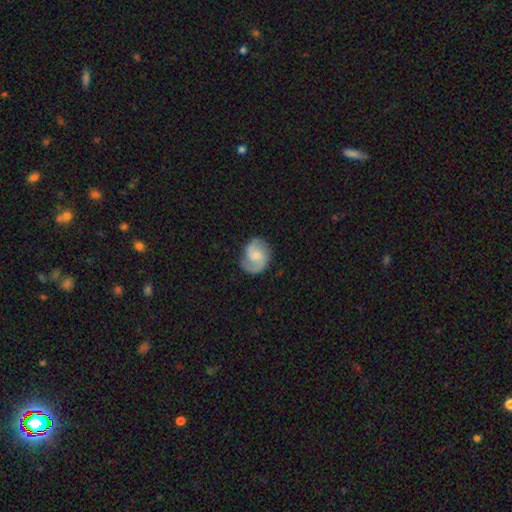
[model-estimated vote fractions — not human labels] featured or disk 75%, smooth 20%, star or artifact 6%. Down the decision tree: edge-on disk — no (98%); bar — no (53%); spiral arms — yes (95%); spiral arm count — 2 (86%); spiral winding — medium (51%); bulge size — small (51%); merging — none (75%).